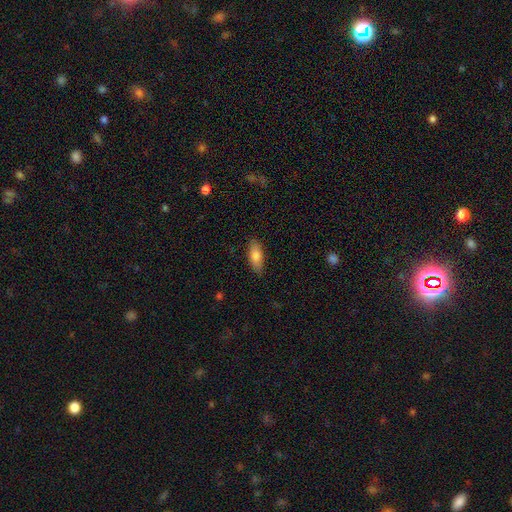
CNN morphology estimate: This is clearly a smooth galaxy (81%). How rounded: likely in between (75%). Merging: clearly none (81%).